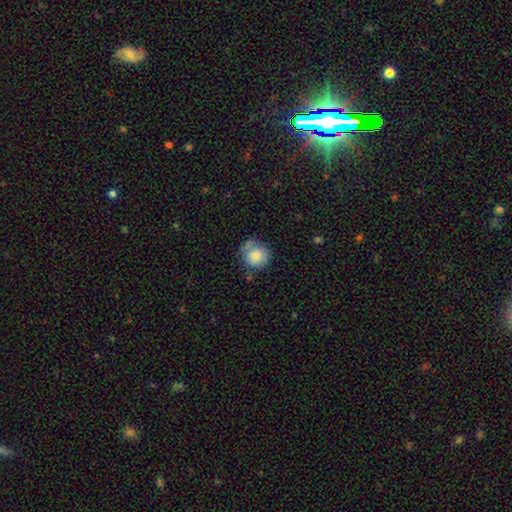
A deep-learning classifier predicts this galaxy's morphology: The model was most divided on "merging": none: 57%, minor disturbance: 24%, merger: 11%, major disturbance: 8%. More confident: how rounded — round (86%); smooth or featured — smooth (79%).